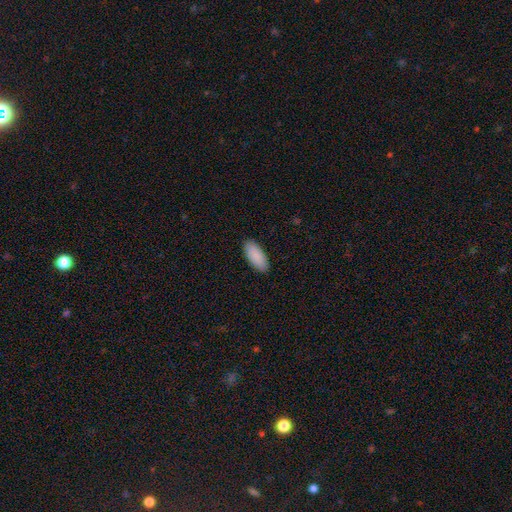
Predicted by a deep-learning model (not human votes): This appears to be a smooth galaxy with no disk features (91%) that is in between round and cigar-shaped (88%). Merging: none (90%).